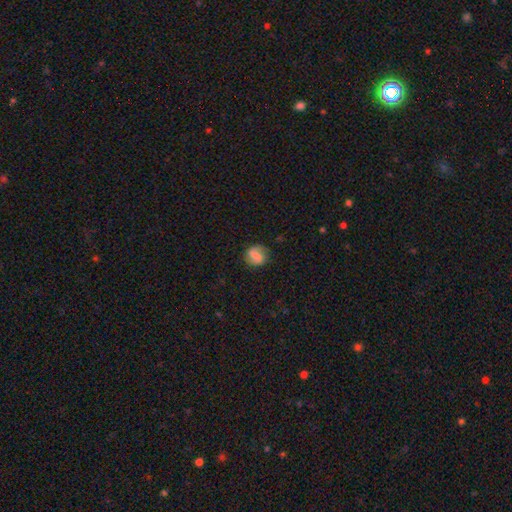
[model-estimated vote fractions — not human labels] featured or disk 50%, smooth 41%, star or artifact 9%. Down the decision tree: merging — none (78%).